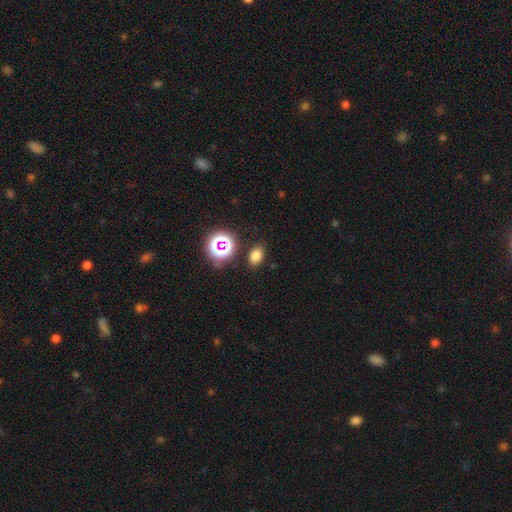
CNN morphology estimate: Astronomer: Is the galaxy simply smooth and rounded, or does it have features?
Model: smooth — 74%.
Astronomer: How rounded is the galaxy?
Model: in between — 79%.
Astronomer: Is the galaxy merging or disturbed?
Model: none — 85%.